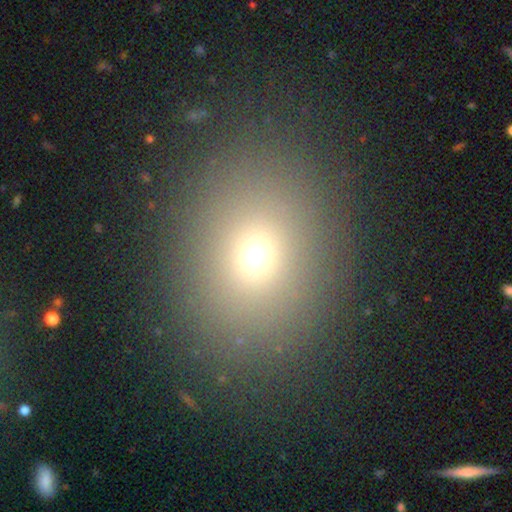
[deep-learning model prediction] smooth_or_featured: smooth (p=0.68) [alt: star or artifact p=0.20]
how_rounded: round (p=0.57) [alt: in between p=0.42]
merging: none (p=0.87) [alt: minor disturbance p=0.08]